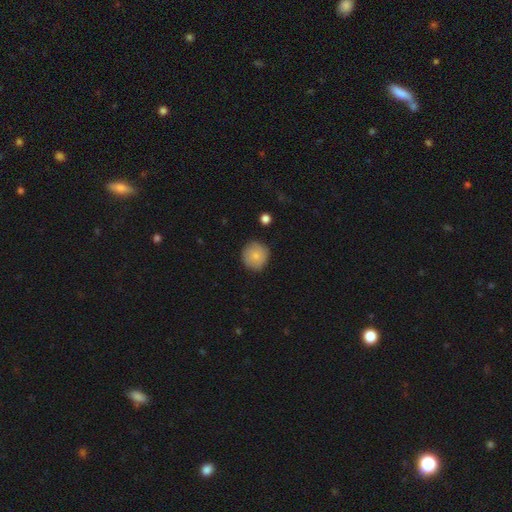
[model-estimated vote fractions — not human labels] Overall: smooth (82%). How rounded: round (94%). Merging: none (87%).